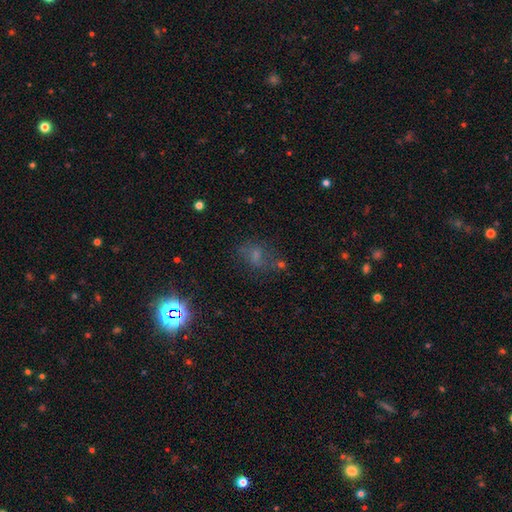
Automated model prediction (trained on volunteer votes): This appears to be a smooth galaxy with no disk features (42%). Merging: none (58%).